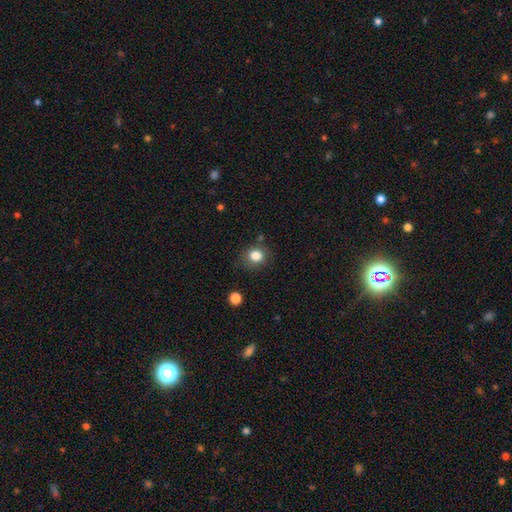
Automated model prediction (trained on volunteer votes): Morphology: type=smooth (83%); roundness=round (76%); merging=none (77%).